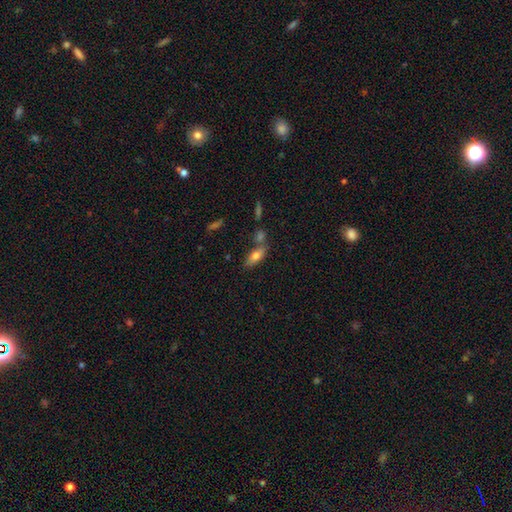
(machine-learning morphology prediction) Smooth or featured: smooth — 73% (featured or disk — 19%)
How rounded: in between — 75% (cigar-shaped — 21%)
Merging: none — 60% (merger — 21%)